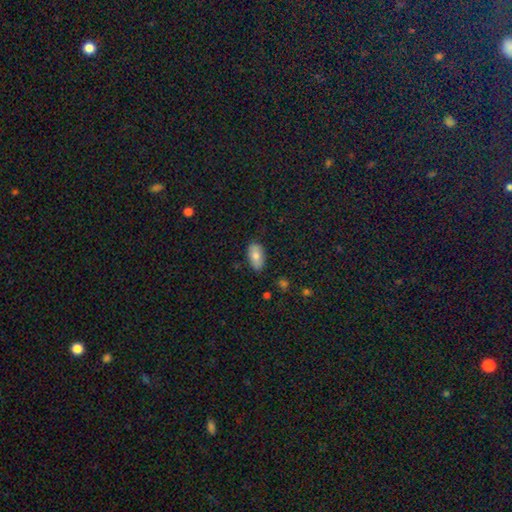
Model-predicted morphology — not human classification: Smooth or featured? smooth (77%)
How rounded? in between (93%)
Merging? none (83%)